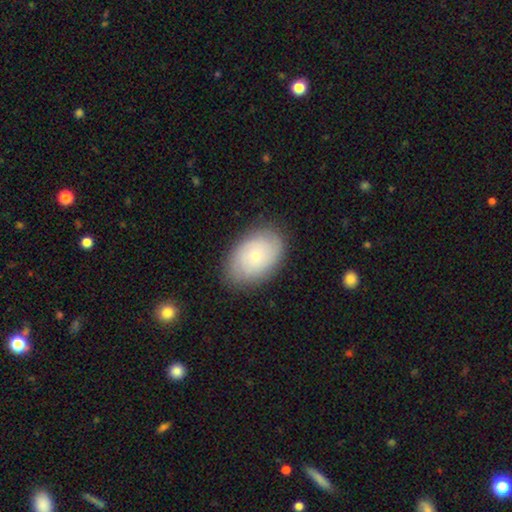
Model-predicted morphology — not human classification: The model was most divided on "smooth or featured": smooth: 52%, featured or disk: 40%, star or artifact: 8%. More confident: how rounded — in between (86%); merging — none (82%).